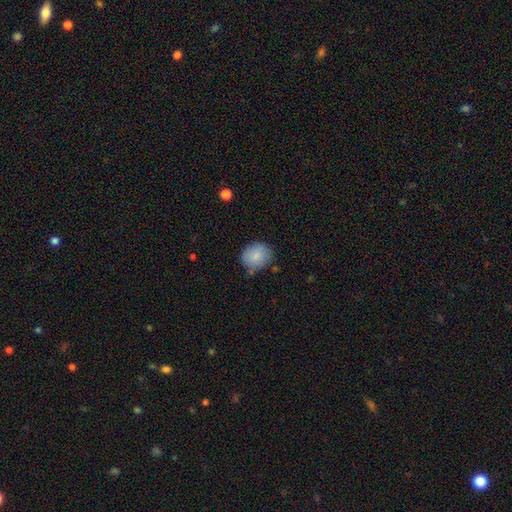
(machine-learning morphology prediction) Overall: smooth (85%). How rounded: round (67%; in between 32%). Merging: none (77%).